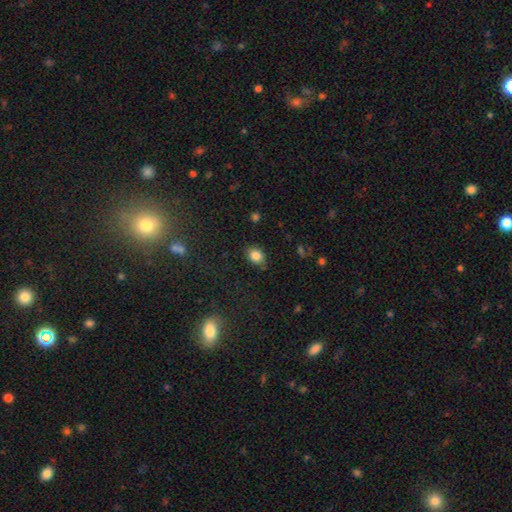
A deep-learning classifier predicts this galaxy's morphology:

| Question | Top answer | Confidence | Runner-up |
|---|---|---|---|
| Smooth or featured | smooth | 83% | star or artifact (11%) |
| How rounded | in between | 55% | round (44%) |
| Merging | none | 82% | minor disturbance (13%) |